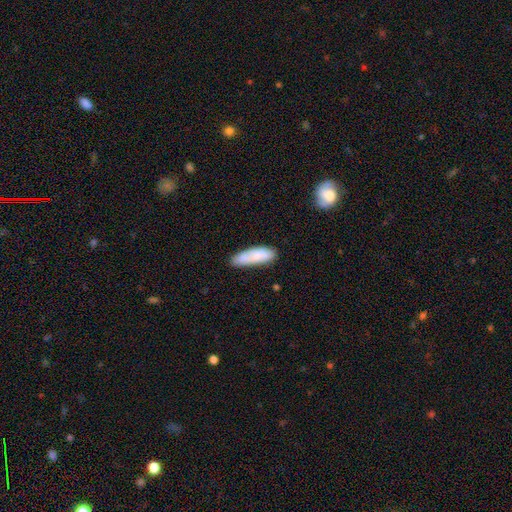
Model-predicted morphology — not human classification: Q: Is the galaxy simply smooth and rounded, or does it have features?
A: smooth — 75%.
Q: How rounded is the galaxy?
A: in between — 50%.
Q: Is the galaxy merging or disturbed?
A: none — 69%.